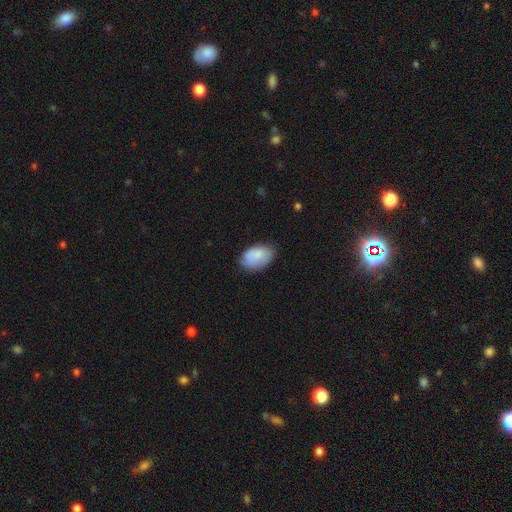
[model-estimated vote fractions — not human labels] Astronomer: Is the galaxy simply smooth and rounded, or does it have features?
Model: smooth — 81%.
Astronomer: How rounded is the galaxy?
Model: in between — 90%.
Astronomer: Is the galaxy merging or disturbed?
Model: none — 69%.